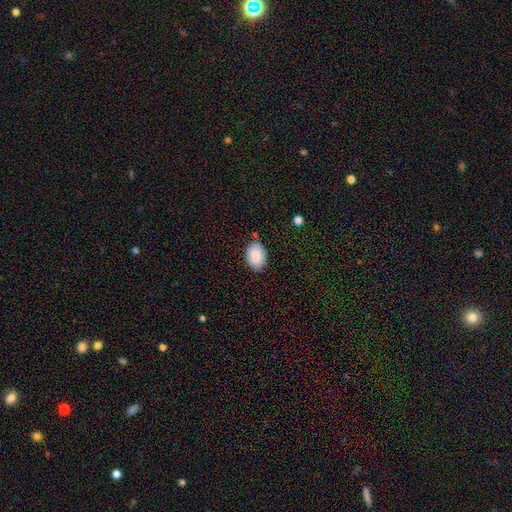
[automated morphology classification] A smooth galaxy with no disk features (88%) that is in between round and cigar-shaped (82%).

Vote fractions:
- Smooth or featured? smooth: 88% / star or artifact: 7% / featured or disk: 6%
- How rounded? in between: 82% / round: 17% / cigar-shaped: 1%
- Merging? none: 80% / minor disturbance: 15% / major disturbance: 3% / merger: 2%